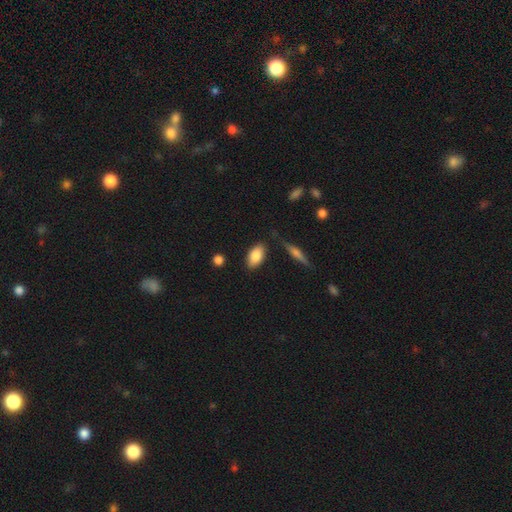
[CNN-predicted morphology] A smooth galaxy with no disk features (85%) that is in between round and cigar-shaped (91%). Merging: none (81%).